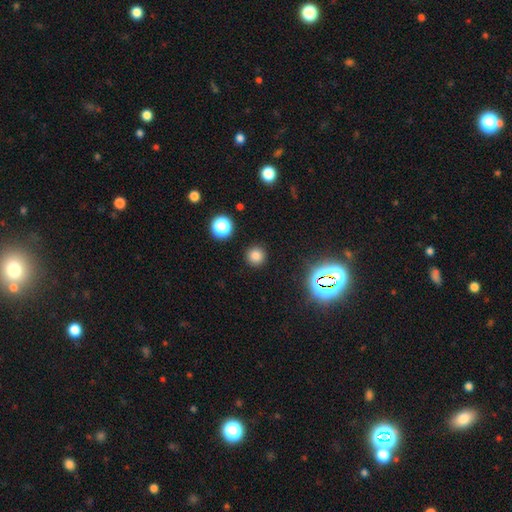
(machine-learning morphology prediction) smooth 78%, star or artifact 17%, featured or disk 5%. Down the decision tree: how rounded — round (95%); merging — none (91%).